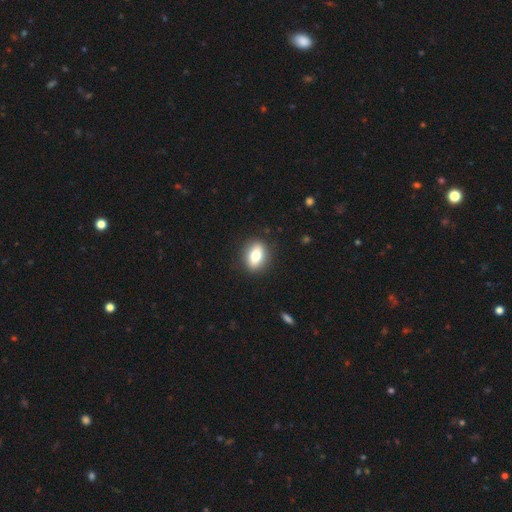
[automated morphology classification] This is likely a smooth galaxy (73%). How rounded: likely in between (73%). Merging: clearly none (89%).